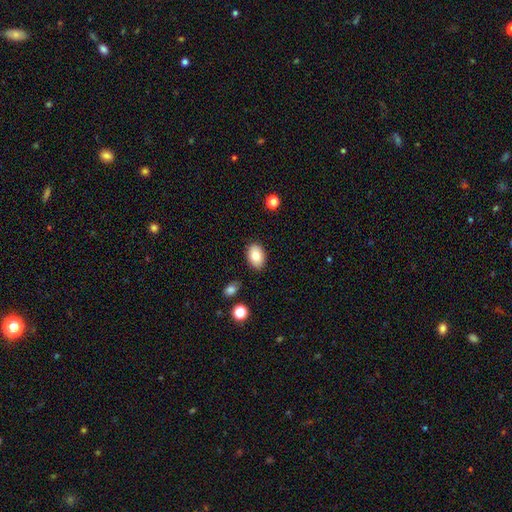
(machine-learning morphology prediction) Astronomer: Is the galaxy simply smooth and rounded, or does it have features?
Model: smooth — 82%.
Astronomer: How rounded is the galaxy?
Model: in between — 88%.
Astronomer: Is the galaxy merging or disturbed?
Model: none — 86%.